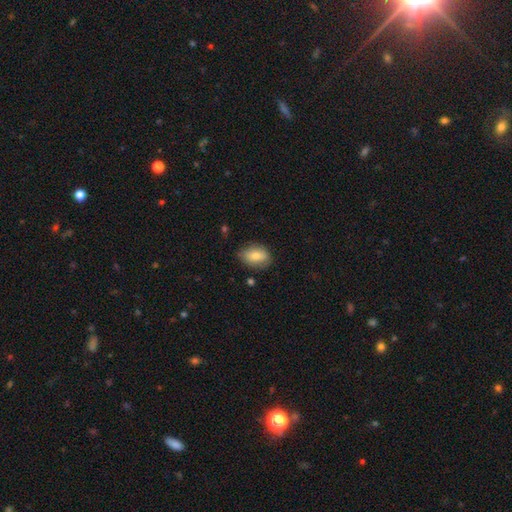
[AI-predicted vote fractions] Smooth or featured?
  - smooth: 76% *
  - featured or disk: 17%
  - star or artifact: 7%
How rounded?
  - in between: 81% *
  - round: 17%
  - cigar-shaped: 2%
Merging?
  - none: 72% *
  - minor disturbance: 22%
  - major disturbance: 4%
  - merger: 2%